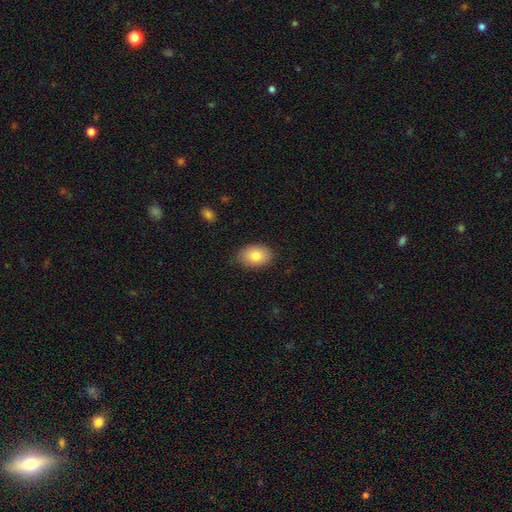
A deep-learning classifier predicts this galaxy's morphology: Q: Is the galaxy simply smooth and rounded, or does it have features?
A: smooth — 83%.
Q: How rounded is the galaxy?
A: in between — 84%.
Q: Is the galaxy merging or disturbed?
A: none — 82%.